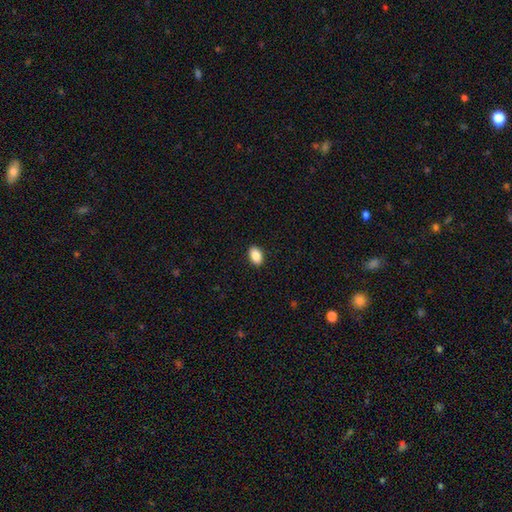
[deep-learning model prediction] Smooth or featured?
  - smooth: 88% *
  - star or artifact: 8%
  - featured or disk: 4%
How rounded?
  - in between: 90% *
  - round: 9%
  - cigar-shaped: 1%
Merging?
  - none: 91% *
  - minor disturbance: 7%
  - major disturbance: 2%
  - merger: 1%